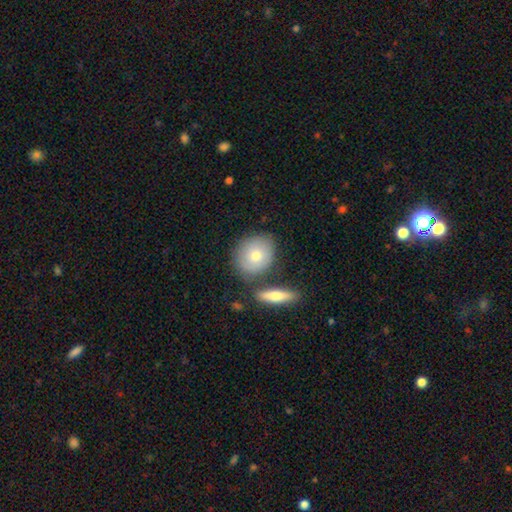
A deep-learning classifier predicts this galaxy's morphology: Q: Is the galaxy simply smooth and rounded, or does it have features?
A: smooth — 70%.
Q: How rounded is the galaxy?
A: round — 71%.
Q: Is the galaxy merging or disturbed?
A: none — 70%.